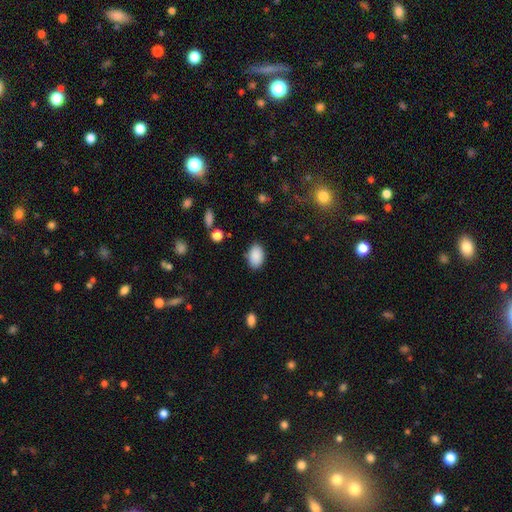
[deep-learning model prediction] Smooth or featured? Predicted: smooth (p=0.89). How rounded? Predicted: in between (p=0.87). Merging? Predicted: none (p=0.85).